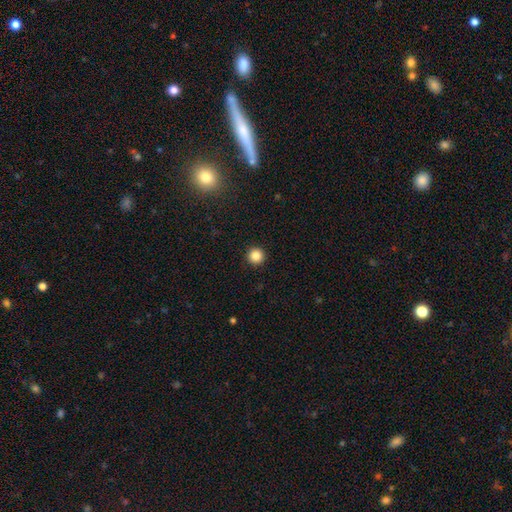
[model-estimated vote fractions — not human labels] This is clearly a smooth galaxy (85%). How rounded: clearly round (96%). Merging: clearly none (94%).